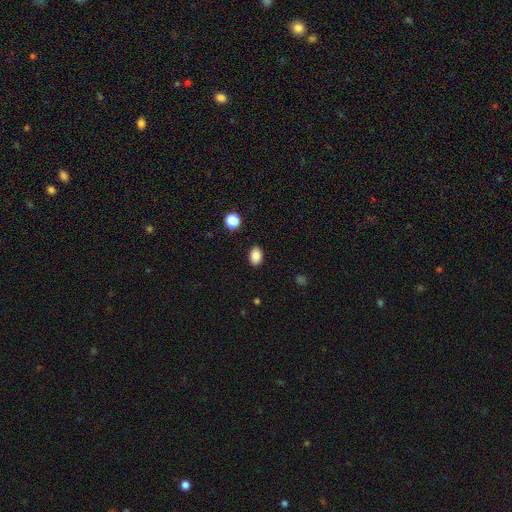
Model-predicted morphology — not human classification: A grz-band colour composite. It shows a smooth galaxy with no disk features (86%) that is in between round and cigar-shaped (78%). Merging: none (89%).